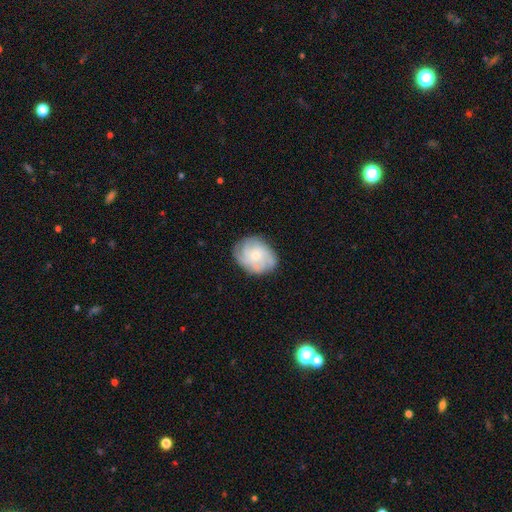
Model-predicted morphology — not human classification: smooth-or-featured: featured or disk: 68% | smooth: 25% | star or artifact: 7%
  disk-edge-on: no: 97% | yes: 3%
    bar: no: 78% | weak: 20% | strong: 2%
    has-spiral-arms: yes: 92% | no: 8%
      spiral-winding: tight: 57% | medium: 33% | loose: 10%
      spiral-arm-count: can't tell: 33% | 4: 25% | 3: 20% | 2: 8% | more than 4: 8% | 1: 5%
    bulge-size: small: 55% | moderate: 39% | none: 3% | large: 3% | dominant: 1%
  merging: none: 77% | minor disturbance: 17% | major disturbance: 5% | merger: 1%